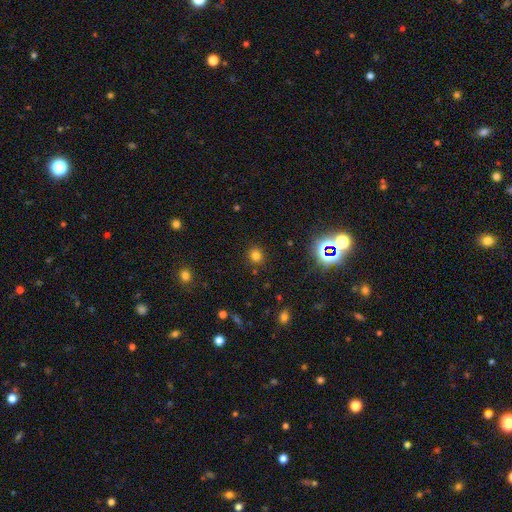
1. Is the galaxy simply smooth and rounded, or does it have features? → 84% smooth, 11% star or artifact, 5% featured or disk.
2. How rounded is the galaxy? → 88% round, 12% in between, 0% cigar-shaped.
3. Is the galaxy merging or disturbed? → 94% none, 6% minor disturbance, 0% major disturbance, 0% merger.